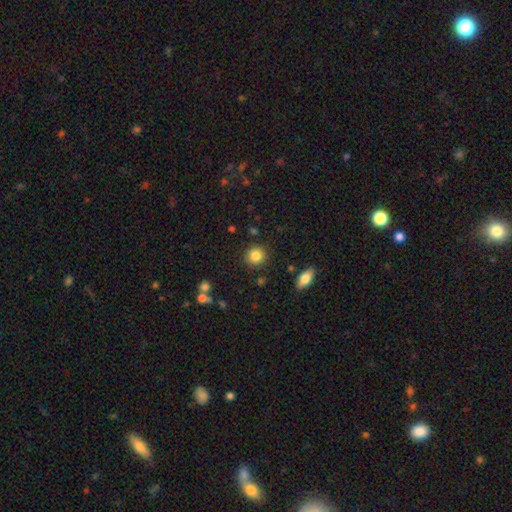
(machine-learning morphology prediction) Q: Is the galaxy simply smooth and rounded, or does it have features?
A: smooth — 85%.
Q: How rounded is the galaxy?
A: round — 89%.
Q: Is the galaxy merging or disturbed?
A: none — 88%.